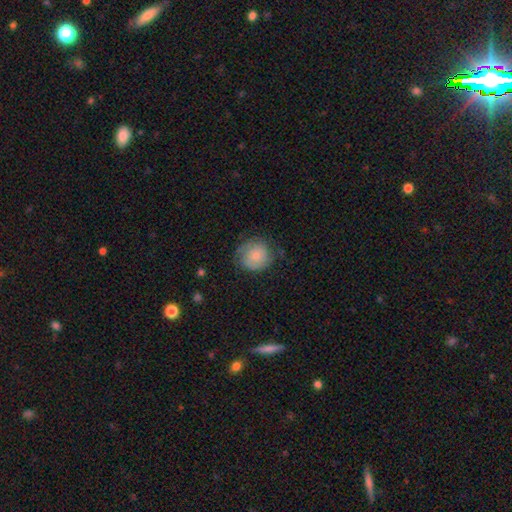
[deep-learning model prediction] This is likely a smooth galaxy (69%). How rounded: clearly round (88%). Merging: likely none (64%).